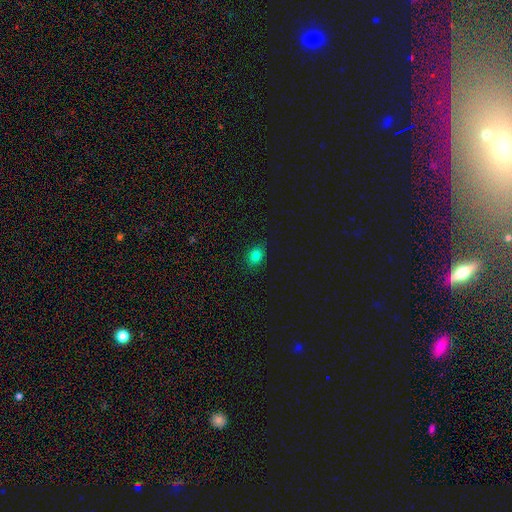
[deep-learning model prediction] Q: Smooth or featured?
A: smooth (81%); runner-up: star or artifact (14%)
Q: How rounded?
A: in between (65%); runner-up: round (34%)
Q: Merging?
A: none (86%); runner-up: minor disturbance (11%)